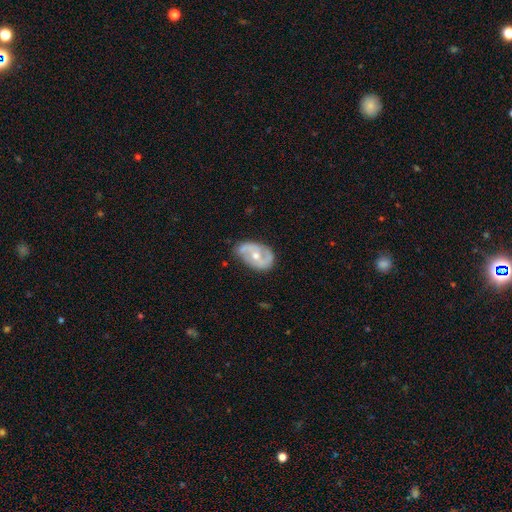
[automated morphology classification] The model was most divided on "bar": no: 47%, weak: 38%, strong: 15%. Remaining: edge-on disk — no (96%); spiral arms — yes (85%); spiral arm count — 2 (83%); smooth or featured — featured or disk (78%); merging — none (68%); bulge size — moderate (64%); spiral winding — medium (46%).